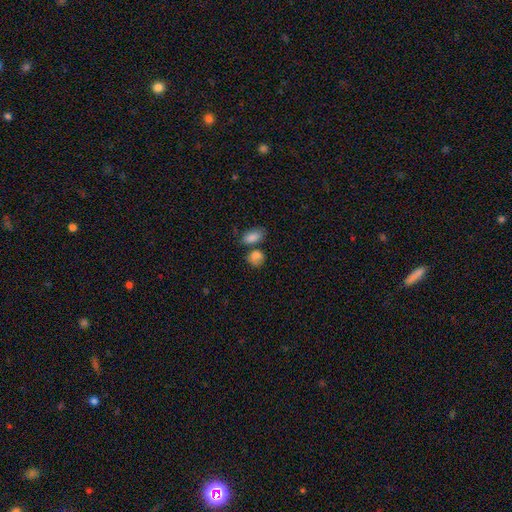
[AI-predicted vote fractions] smooth_or_featured: smooth (p=0.83) [alt: star or artifact p=0.10]
how_rounded: in between (p=0.52) [alt: round p=0.46]
merging: none (p=0.49) [alt: merger p=0.27]